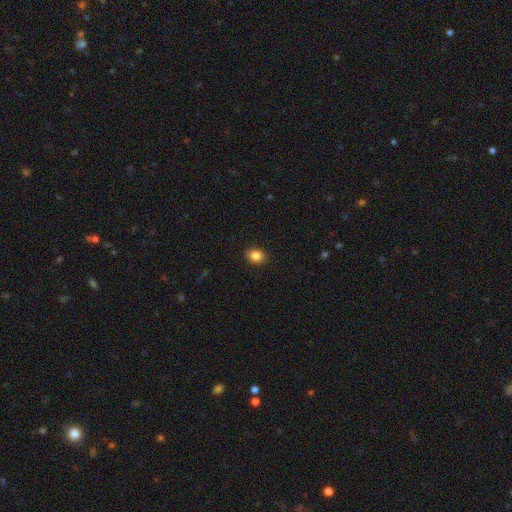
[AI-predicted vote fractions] Overall: smooth (86%). How rounded: round (52%; in between 47%). Merging: none (91%).